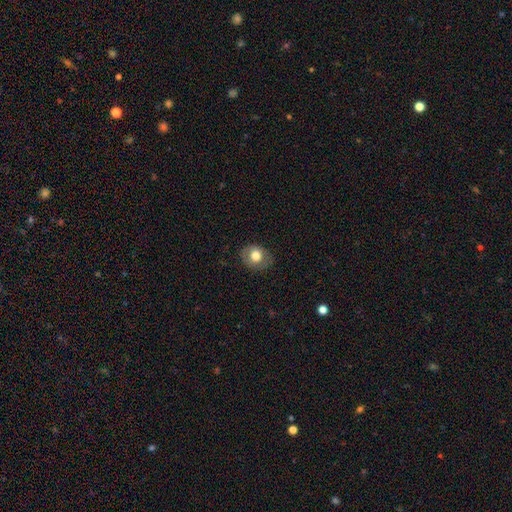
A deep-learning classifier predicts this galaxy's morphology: Smooth or featured? Predicted: smooth (p=0.68). How rounded? Predicted: round (p=0.56). Merging? Predicted: none (p=0.79).